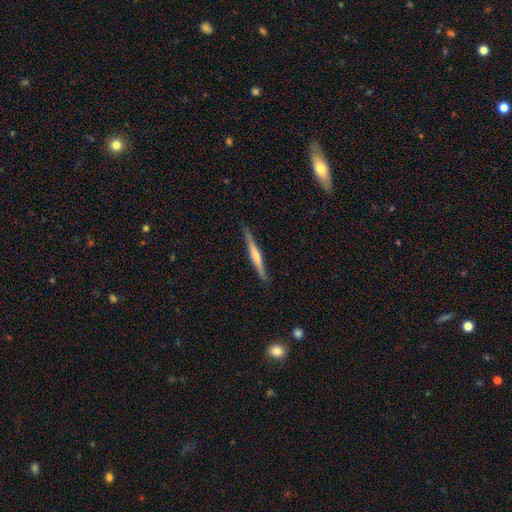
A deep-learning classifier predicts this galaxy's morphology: Q: Smooth or featured?
A: featured or disk (71%); runner-up: smooth (23%)
Q: Edge-on disk?
A: yes (98%); runner-up: no (2%)
Q: Edge-on bulge?
A: rounded (77%); runner-up: none (14%)
Q: Merging?
A: none (90%); runner-up: minor disturbance (8%)